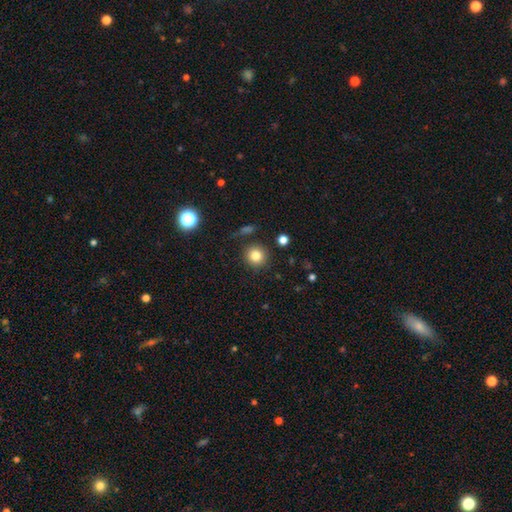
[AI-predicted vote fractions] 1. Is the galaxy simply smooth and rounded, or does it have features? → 82% smooth, 11% star or artifact, 7% featured or disk.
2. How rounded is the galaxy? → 93% round, 6% in between, 1% cigar-shaped.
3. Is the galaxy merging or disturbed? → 86% none, 8% minor disturbance, 3% merger, 3% major disturbance.